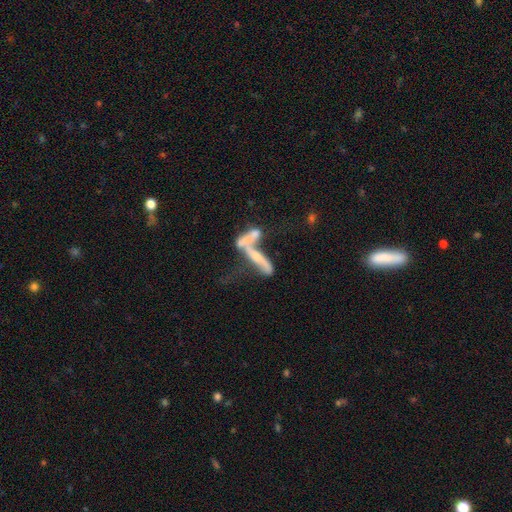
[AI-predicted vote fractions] The model was most divided on "edge-on disk": no: 60%, yes: 40%. More confident: smooth or featured — featured or disk (63%); merging — merger (56%).